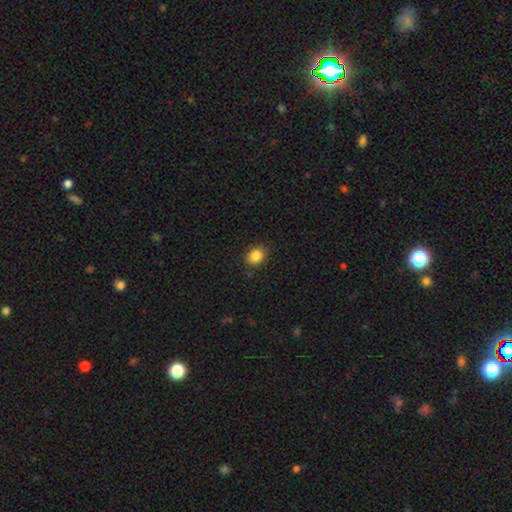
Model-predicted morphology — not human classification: type=smooth (85%); roundness=round (60%); merging=none (86%).